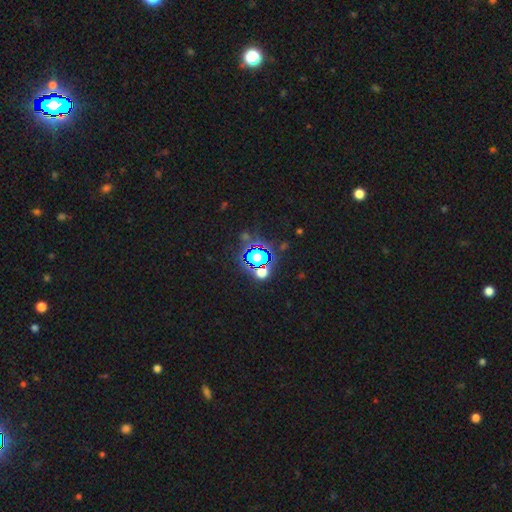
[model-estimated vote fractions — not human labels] smooth_or_featured: star or artifact (p=0.59) [alt: smooth p=0.30]